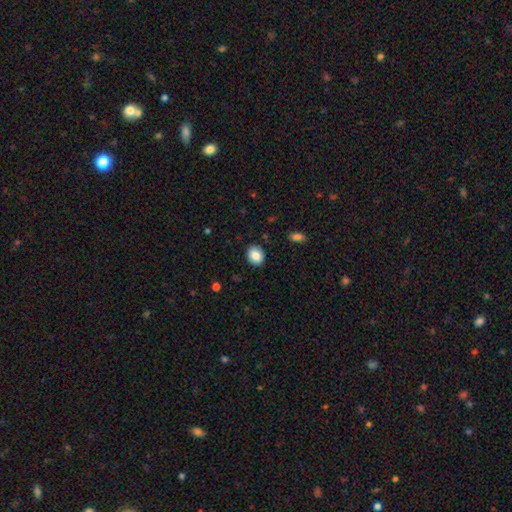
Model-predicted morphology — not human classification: Overall: smooth (83%). How rounded: round (57%; in between 42%). Merging: none (88%).